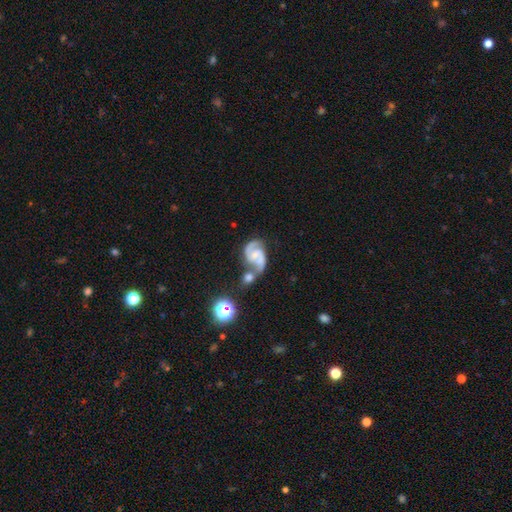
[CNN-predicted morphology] Smooth or featured: featured or disk — 86% (smooth — 8%)
Edge-on disk: no — 98% (yes — 2%)
Bar: no — 48% (weak — 41%)
Spiral arms: yes — 97% (no — 3%)
Spiral winding: medium — 56% (tight — 25%)
Spiral arm count: 2 — 91% (can't tell — 3%)
Bulge size: small — 53% (moderate — 26%)
Merging: merger — 43% (none — 33%)